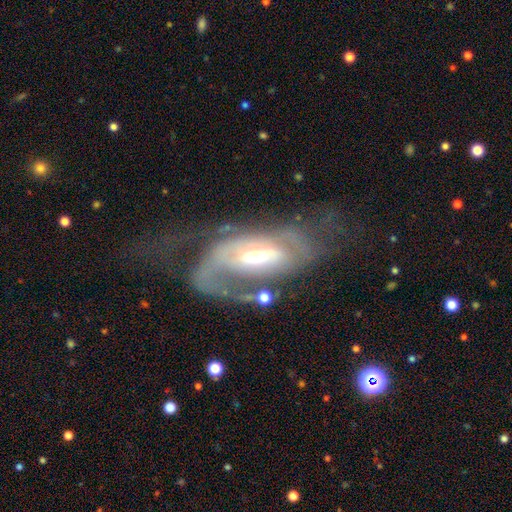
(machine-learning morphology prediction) type=featured or disk (81%); edge-on=no (92%); bar=weak (39%); spiral arms=yes (82%); winding=tight (44%); arm count=2 (40%); bulge=moderate (62%); merging=major disturbance (39%).